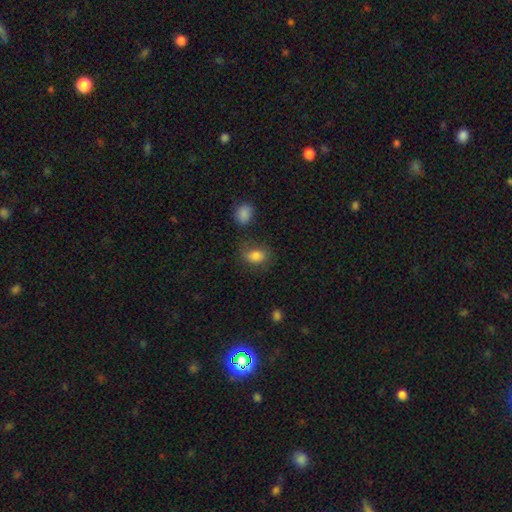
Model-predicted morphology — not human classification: Q: Smooth or featured?
A: smooth (80%); runner-up: featured or disk (10%)
Q: How rounded?
A: in between (75%); runner-up: round (24%)
Q: Merging?
A: none (64%); runner-up: minor disturbance (20%)